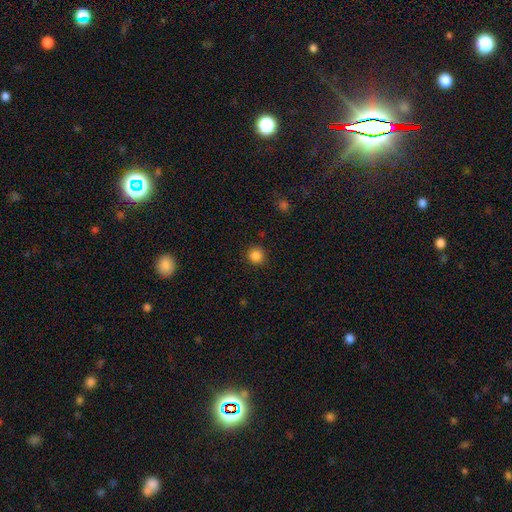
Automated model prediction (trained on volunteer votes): Smooth or featured?
  - smooth: 85% *
  - star or artifact: 11%
  - featured or disk: 3%
How rounded?
  - round: 93% *
  - in between: 6%
  - cigar-shaped: 1%
Merging?
  - none: 90% *
  - minor disturbance: 7%
  - major disturbance: 2%
  - merger: 1%